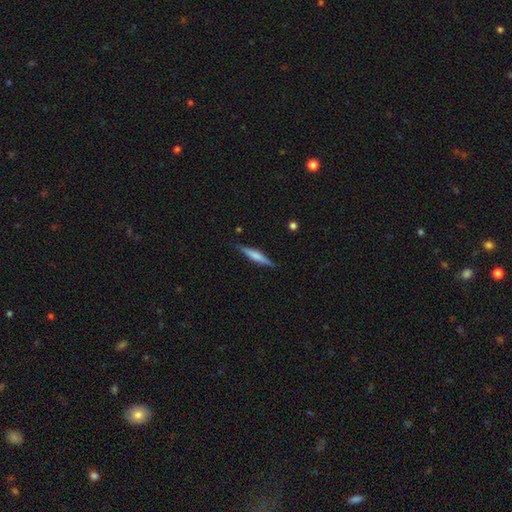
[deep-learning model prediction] Morphology: type=smooth (55%); roundness=cigar-shaped (89%); merging=none (86%).